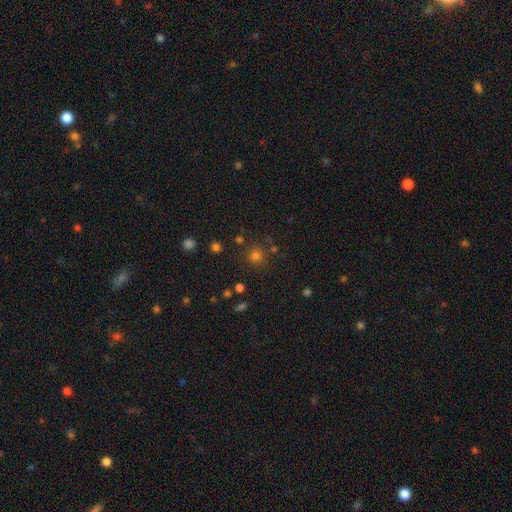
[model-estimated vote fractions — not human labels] A smooth galaxy with no disk features (71%) that is round (90%). Merging: none (79%).